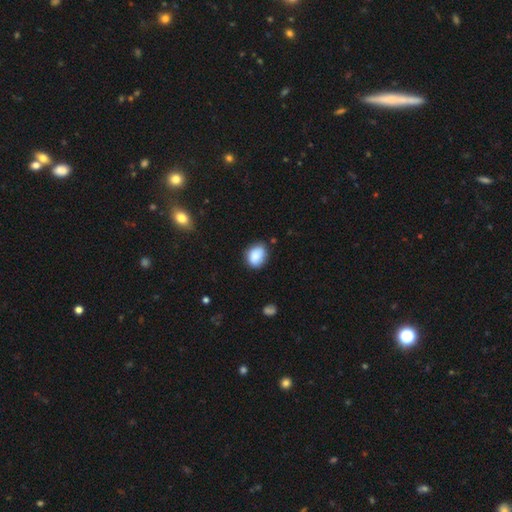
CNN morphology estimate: This appears to be a smooth galaxy with no disk features (86%) that is in between round and cigar-shaped (62%). Merging: none (75%).